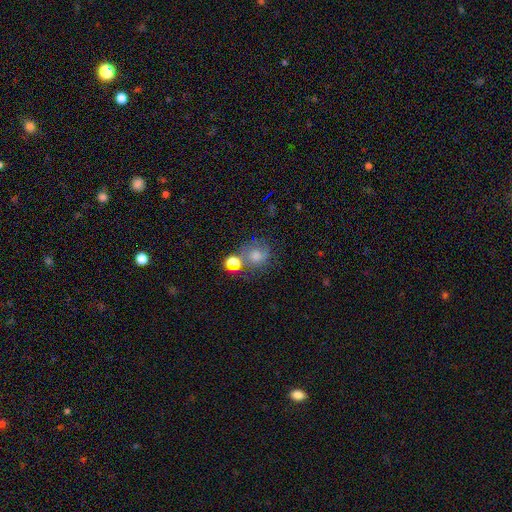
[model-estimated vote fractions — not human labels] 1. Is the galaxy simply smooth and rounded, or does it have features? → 51% smooth, 26% featured or disk, 23% star or artifact.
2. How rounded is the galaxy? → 76% round, 23% in between, 1% cigar-shaped.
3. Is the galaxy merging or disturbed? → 56% none, 18% merger, 17% minor disturbance, 9% major disturbance.